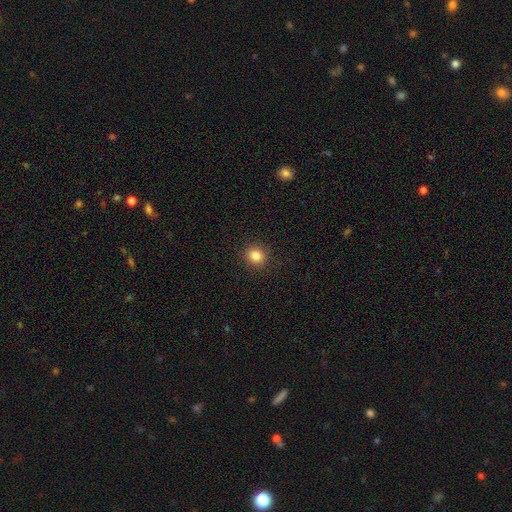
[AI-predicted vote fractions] A smooth galaxy with no disk features (84%) that is round (88%). Merging: none (92%).